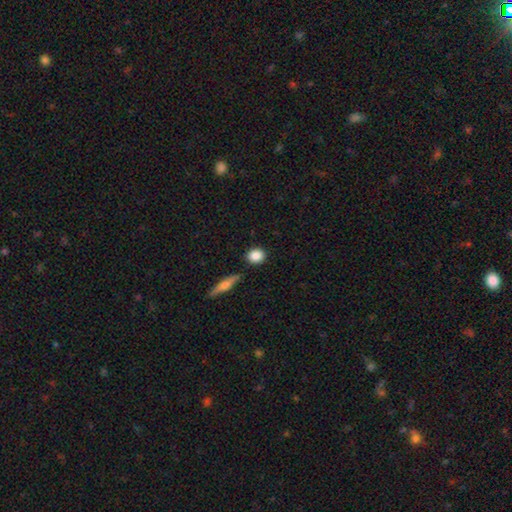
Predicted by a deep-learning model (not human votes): Smooth or featured? smooth (86%)
How rounded? round (76%)
Merging? none (85%)